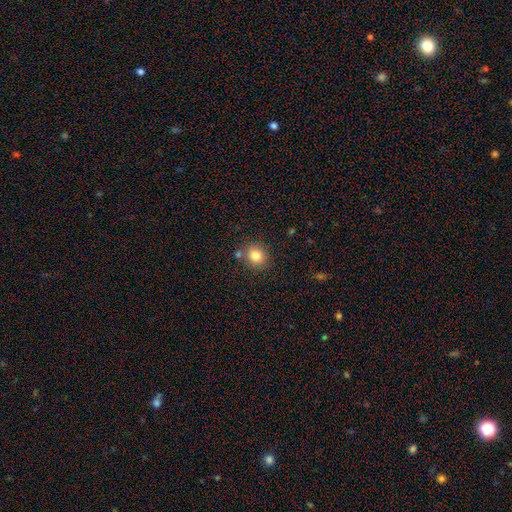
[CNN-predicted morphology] smooth-or-featured: smooth: 82% | star or artifact: 11% | featured or disk: 7%
  how-rounded: round: 81% | in between: 18% | cigar-shaped: 1%
  merging: none: 77% | minor disturbance: 11% | merger: 10% | major disturbance: 3%